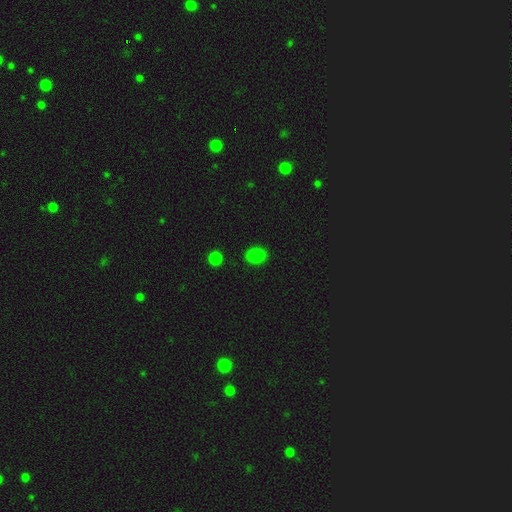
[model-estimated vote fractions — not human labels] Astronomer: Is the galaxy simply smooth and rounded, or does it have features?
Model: smooth — 81%.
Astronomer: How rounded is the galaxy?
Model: in between — 70%.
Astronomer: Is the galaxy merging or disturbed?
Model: none — 82%.